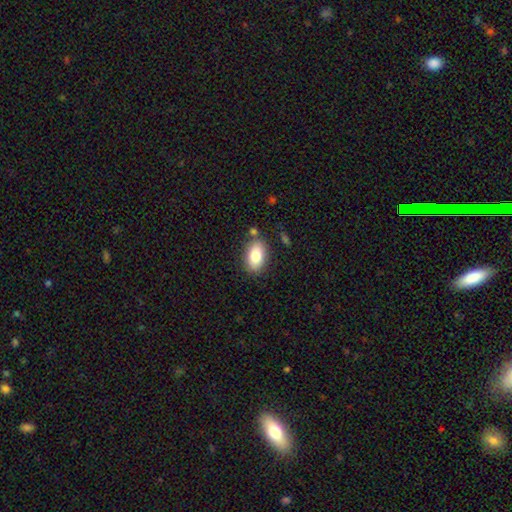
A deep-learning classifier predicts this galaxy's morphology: Smooth or featured? Predicted: smooth (p=0.81). How rounded? Predicted: in between (p=0.89). Merging? Predicted: none (p=0.81).